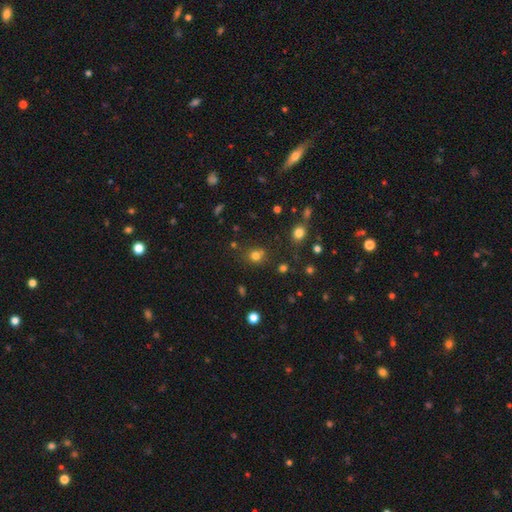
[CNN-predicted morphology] Smooth or featured? Predicted: smooth (p=0.74). How rounded? Predicted: round (p=0.78). Merging? Predicted: none (p=0.70).